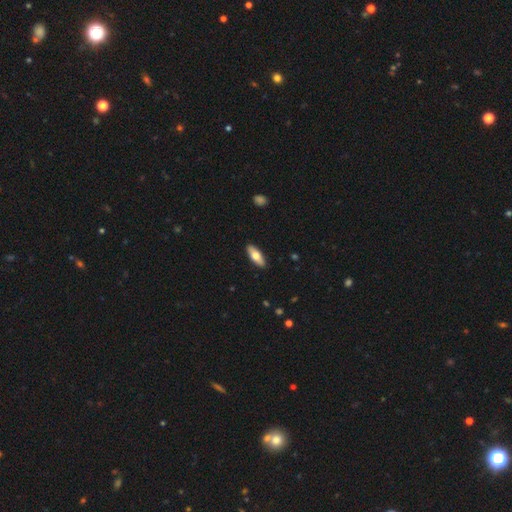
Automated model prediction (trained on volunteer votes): A smooth galaxy with no disk features (67%) that is in between round and cigar-shaped (68%). Merging: none (90%).